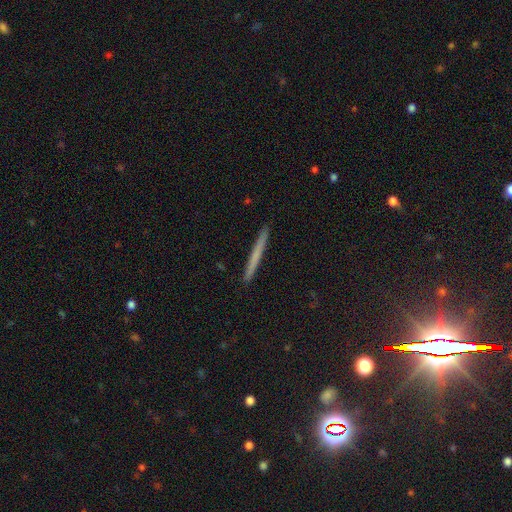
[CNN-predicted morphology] A smooth galaxy with no disk features (60%) that is cigar-shaped (97%). Merging: none (93%).